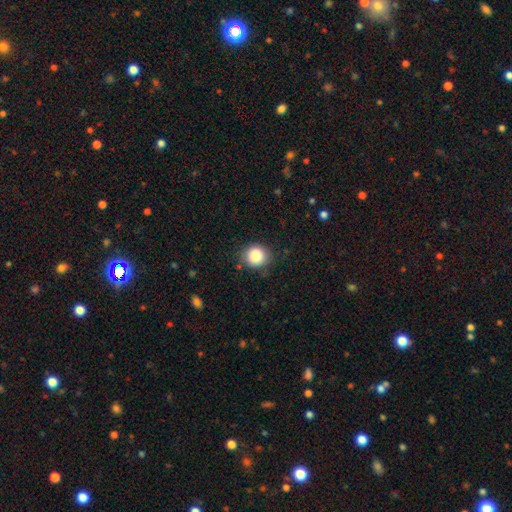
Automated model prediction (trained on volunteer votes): smooth 86%, star or artifact 9%, featured or disk 5%. Down the decision tree: how rounded — round (84%); merging — none (83%).